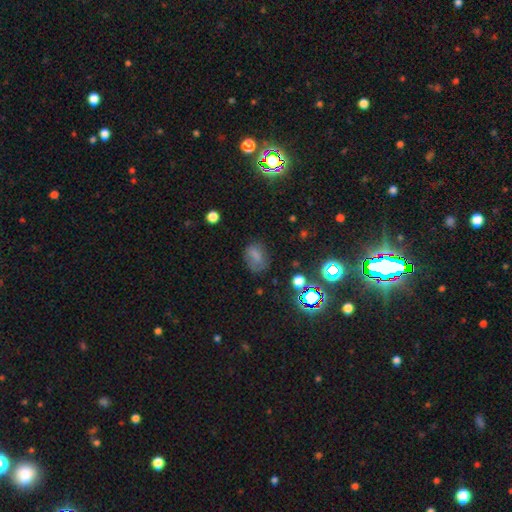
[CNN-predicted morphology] Smooth or featured? Predicted: smooth (p=0.69). How rounded? Predicted: in between (p=0.73). Merging? Predicted: none (p=0.61).